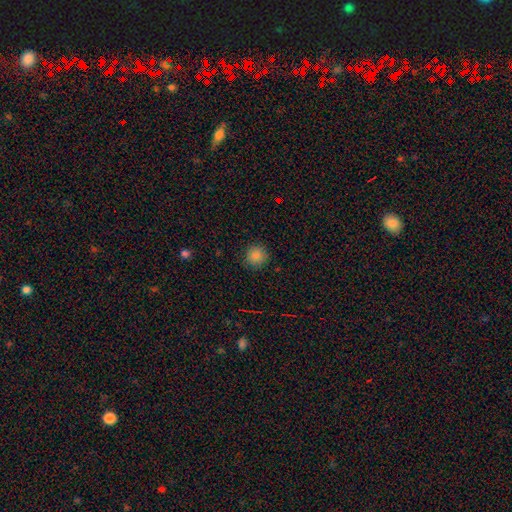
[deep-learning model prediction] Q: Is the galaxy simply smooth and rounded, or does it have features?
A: smooth — 86%.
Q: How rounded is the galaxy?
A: round — 93%.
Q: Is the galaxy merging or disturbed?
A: none — 89%.